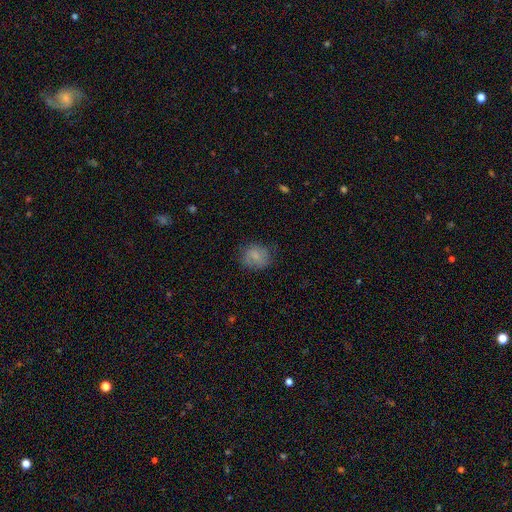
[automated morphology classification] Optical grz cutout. It shows a smooth galaxy with no disk features (75%) that is round (71%). Merging: none (71%).